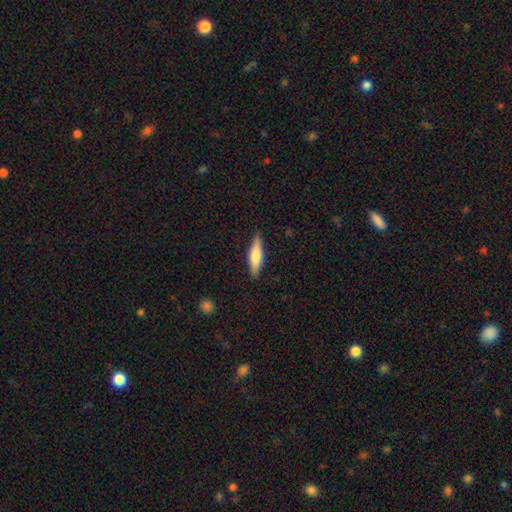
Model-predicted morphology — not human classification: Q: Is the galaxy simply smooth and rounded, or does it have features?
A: smooth — 65%.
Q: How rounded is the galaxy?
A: cigar-shaped — 72%.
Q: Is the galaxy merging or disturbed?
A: none — 88%.